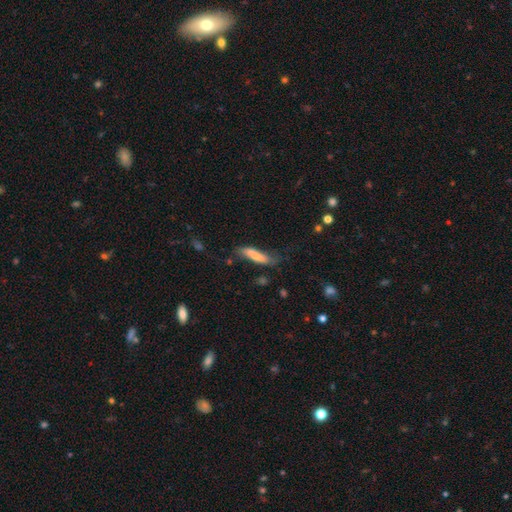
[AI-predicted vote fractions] smooth 70%, featured or disk 23%, star or artifact 7%. Down the decision tree: how rounded — cigar-shaped (73%); merging — none (49%).